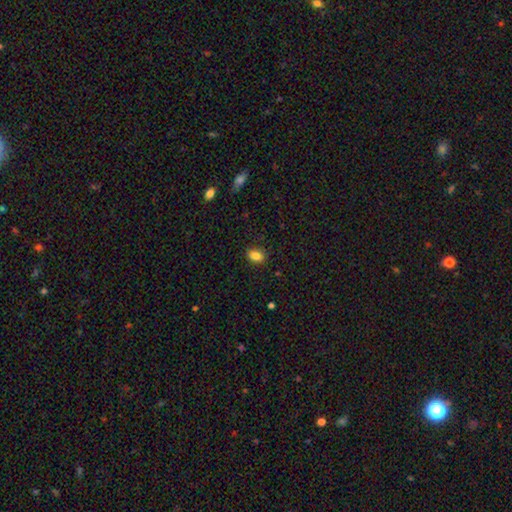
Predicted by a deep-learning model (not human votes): smooth 86%, star or artifact 9%, featured or disk 5%. Down the decision tree: how rounded — in between (83%); merging — none (86%).